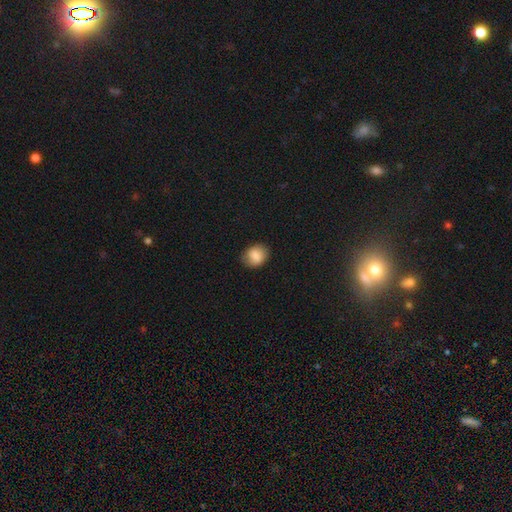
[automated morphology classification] Overall: smooth (82%). How rounded: round (54%; in between 45%). Merging: none (78%).